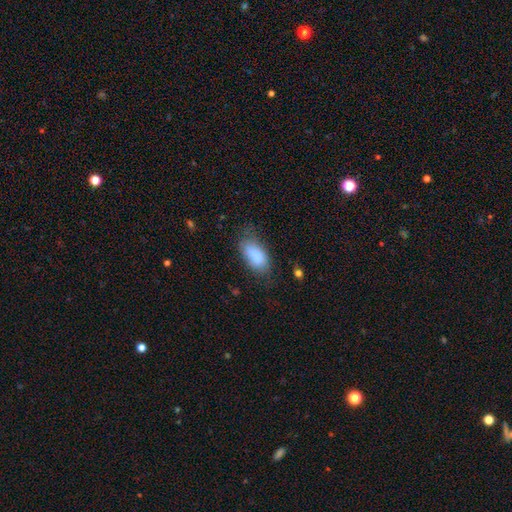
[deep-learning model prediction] The model was most divided on "merging": none: 54%, minor disturbance: 30%, major disturbance: 13%, merger: 3%. More confident: how rounded — in between (92%); smooth or featured — smooth (84%).